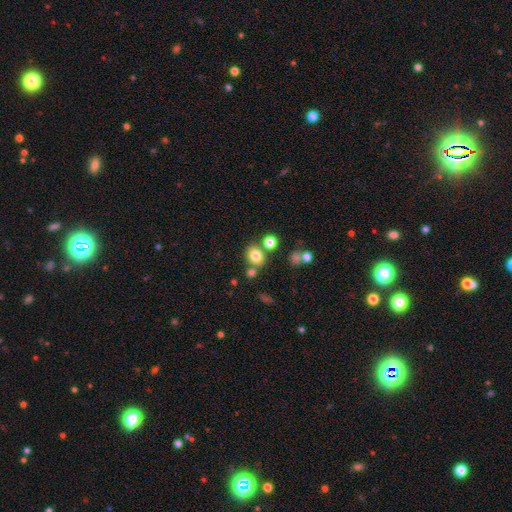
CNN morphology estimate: Smooth or featured? Predicted: smooth (p=0.79). How rounded? Predicted: round (p=0.58). Merging? Predicted: none (p=0.69).